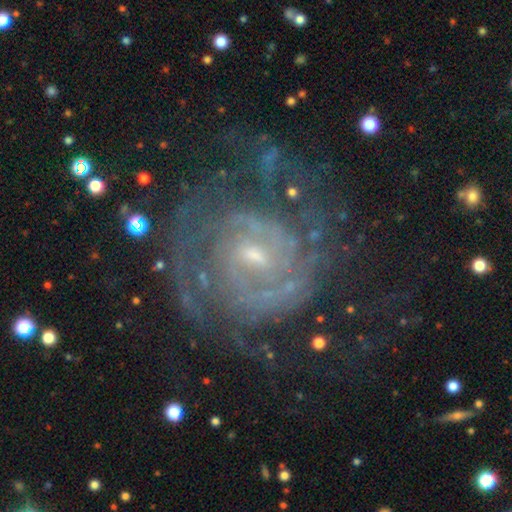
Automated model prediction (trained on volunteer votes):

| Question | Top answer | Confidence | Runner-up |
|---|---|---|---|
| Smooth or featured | featured or disk | 87% | star or artifact (7%) |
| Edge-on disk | no | 98% | yes (2%) |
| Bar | weak | 50% | no (38%) |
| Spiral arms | yes | 94% | no (6%) |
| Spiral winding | tight | 66% | medium (27%) |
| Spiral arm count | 2 | 35% | can't tell (32%) |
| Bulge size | small | 65% | moderate (29%) |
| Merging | none | 66% | minor disturbance (17%) |